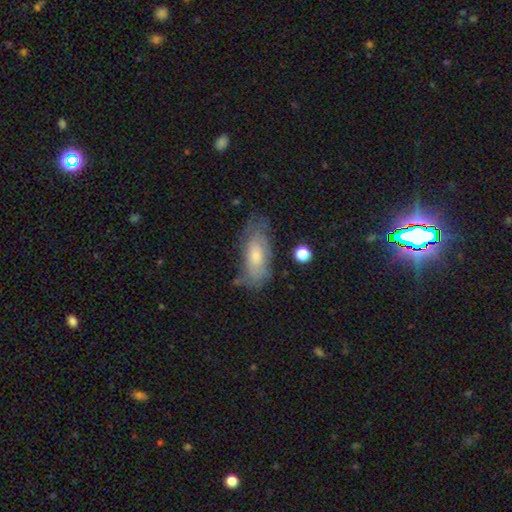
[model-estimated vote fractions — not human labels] Smooth or featured?
  - smooth: 49% *
  - featured or disk: 43%
  - star or artifact: 8%
Merging?
  - none: 58% *
  - minor disturbance: 27%
  - major disturbance: 12%
  - merger: 3%